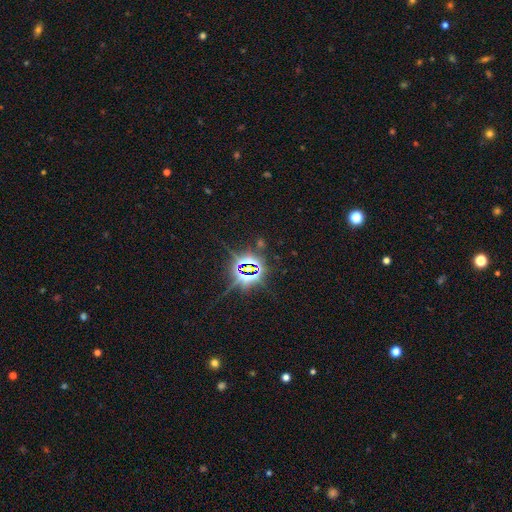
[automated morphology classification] This appears to be a star or artifact, not a galaxy (84%).